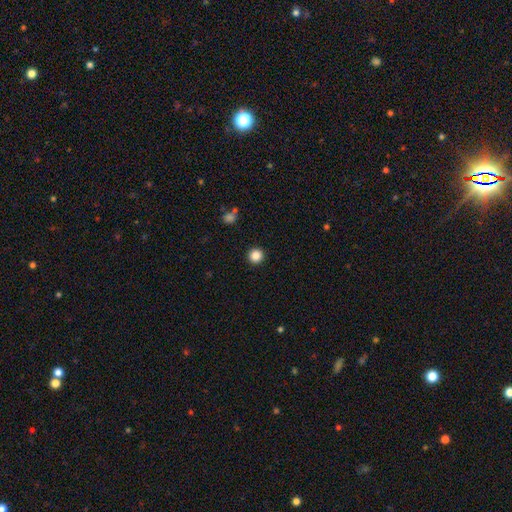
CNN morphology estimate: Q: Smooth or featured?
A: smooth (86%); runner-up: star or artifact (11%)
Q: How rounded?
A: round (95%); runner-up: in between (4%)
Q: Merging?
A: none (93%); runner-up: minor disturbance (4%)